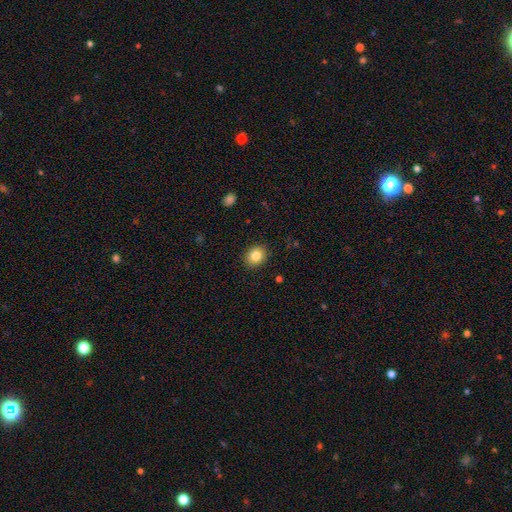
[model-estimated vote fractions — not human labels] This is clearly a smooth galaxy (83%). How rounded: likely round (61%). Merging: clearly none (90%).